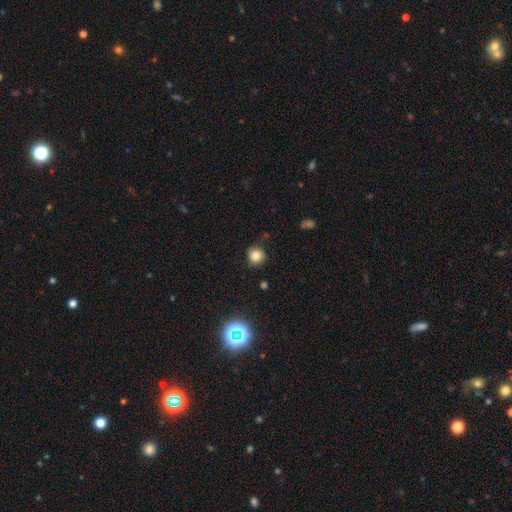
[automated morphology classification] Smooth or featured: smooth — 80% (star or artifact — 13%)
How rounded: round — 91% (in between — 8%)
Merging: none — 85% (minor disturbance — 11%)